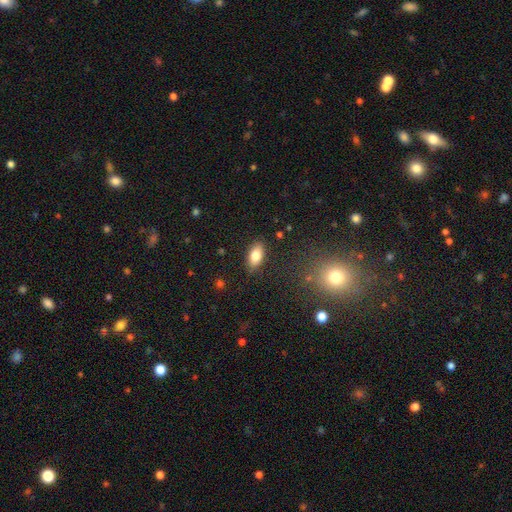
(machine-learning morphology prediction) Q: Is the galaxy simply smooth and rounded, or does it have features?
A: smooth — 79%.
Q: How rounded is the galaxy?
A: in between — 90%.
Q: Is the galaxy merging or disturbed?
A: none — 86%.